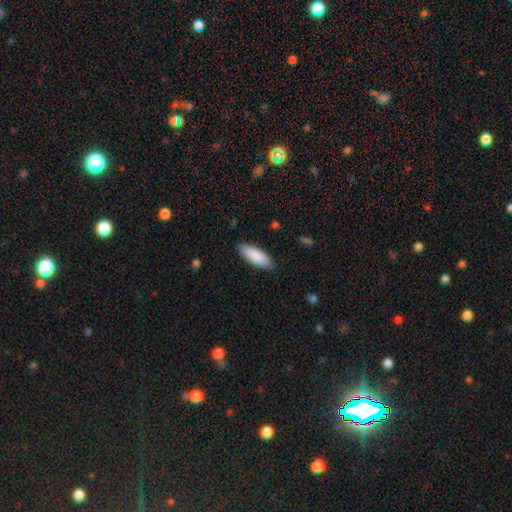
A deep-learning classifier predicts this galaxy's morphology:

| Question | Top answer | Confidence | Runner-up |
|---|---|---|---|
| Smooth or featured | smooth | 89% | featured or disk (6%) |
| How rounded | in between | 69% | cigar-shaped (30%) |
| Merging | none | 87% | minor disturbance (10%) |